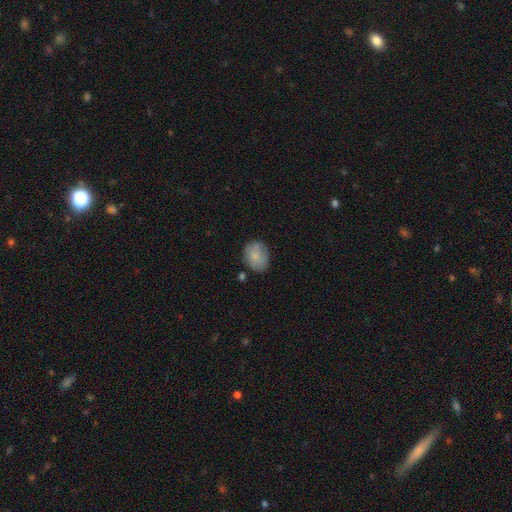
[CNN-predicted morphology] smooth-or-featured: smooth: 73% | featured or disk: 20% | star or artifact: 7%
  how-rounded: in between: 50% | round: 49% | cigar-shaped: 1%
  merging: none: 71% | minor disturbance: 21% | major disturbance: 5% | merger: 3%